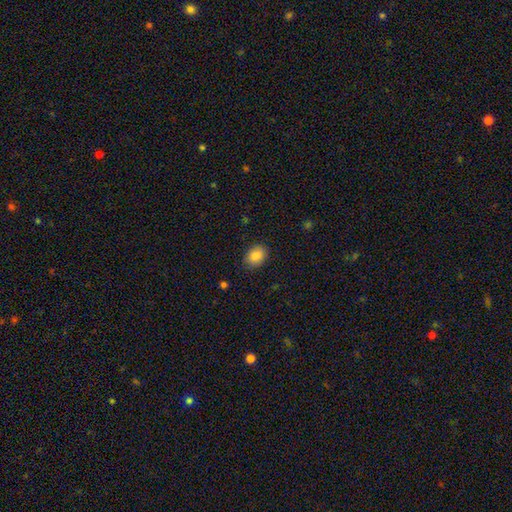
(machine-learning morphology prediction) This is clearly a smooth galaxy (87%). How rounded: likely in between (66%). Merging: clearly none (86%).